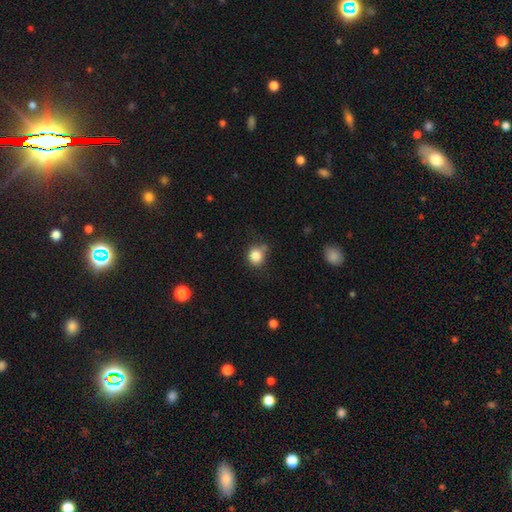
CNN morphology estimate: Smooth or featured: smooth — 83% (star or artifact — 11%)
How rounded: round — 81% (in between — 18%)
Merging: none — 67% (minor disturbance — 20%)